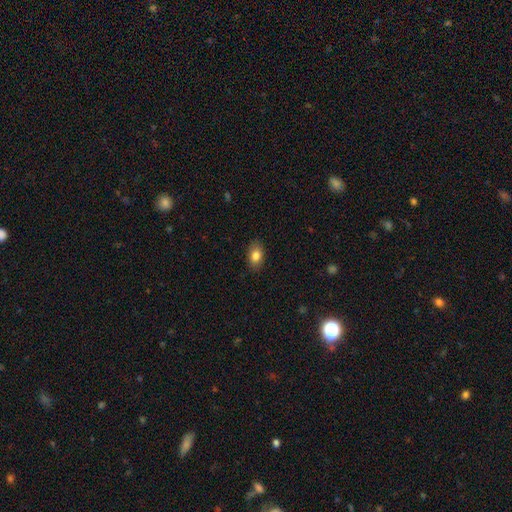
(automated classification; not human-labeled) Smooth or featured?
  - smooth: 83% *
  - featured or disk: 9%
  - star or artifact: 8%
How rounded?
  - in between: 87% *
  - round: 12%
  - cigar-shaped: 2%
Merging?
  - none: 86% *
  - minor disturbance: 10%
  - major disturbance: 2%
  - merger: 1%